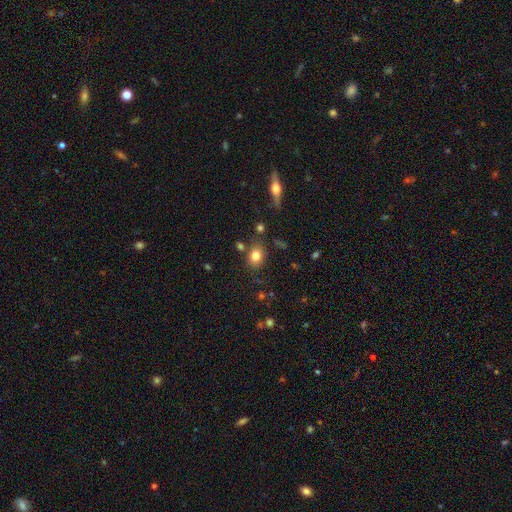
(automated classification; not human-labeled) smooth 80%, star or artifact 11%, featured or disk 9%. Down the decision tree: how rounded — in between (62%); merging — none (76%).